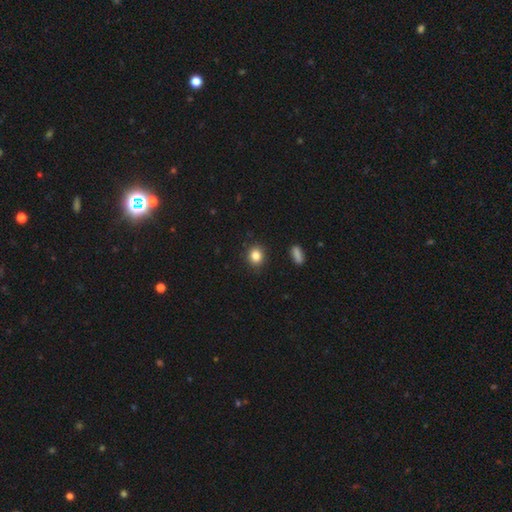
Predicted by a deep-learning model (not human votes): A smooth galaxy with no disk features (85%) that is round (68%).

Vote fractions:
- Smooth or featured? smooth: 85% / star or artifact: 10% / featured or disk: 5%
- How rounded? round: 68% / in between: 30% / cigar-shaped: 1%
- Merging? none: 88% / minor disturbance: 8% / major disturbance: 2% / merger: 1%